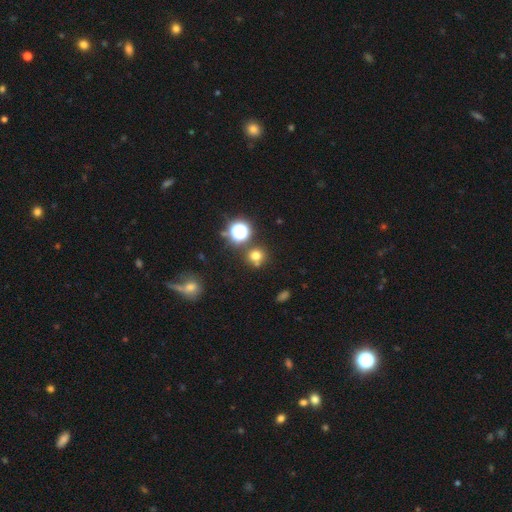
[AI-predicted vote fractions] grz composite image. It shows a smooth galaxy with no disk features (68%) that is round (89%). Merging: none (73%).